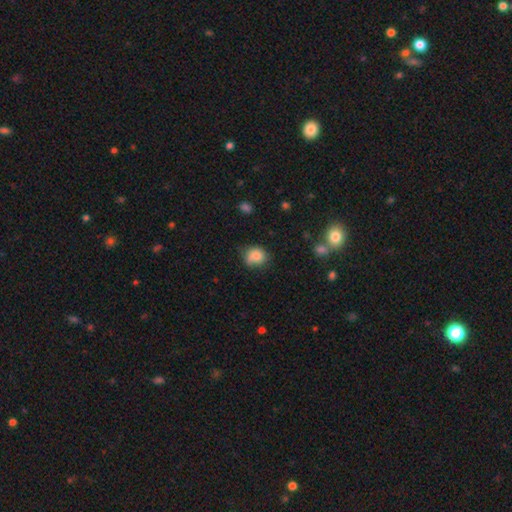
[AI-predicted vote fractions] A smooth galaxy with no disk features (80%) that is round (67%).

Vote fractions:
- Smooth or featured? smooth: 80% / star or artifact: 10% / featured or disk: 9%
- How rounded? round: 67% / in between: 32% / cigar-shaped: 1%
- Merging? none: 56% / minor disturbance: 29% / major disturbance: 9% / merger: 6%